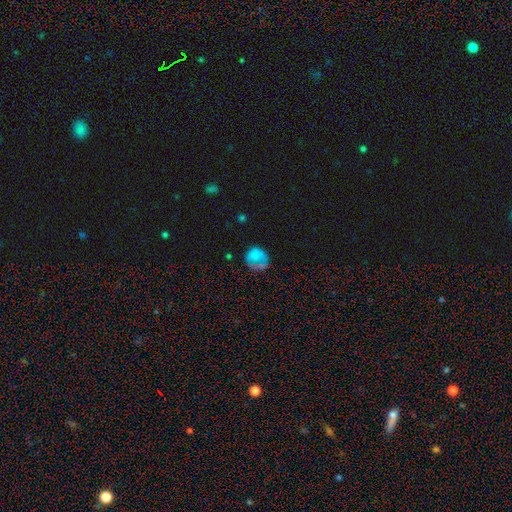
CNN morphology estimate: Overall: smooth (66%). How rounded: round (77%). Merging: none (51%; minor disturbance 25%).